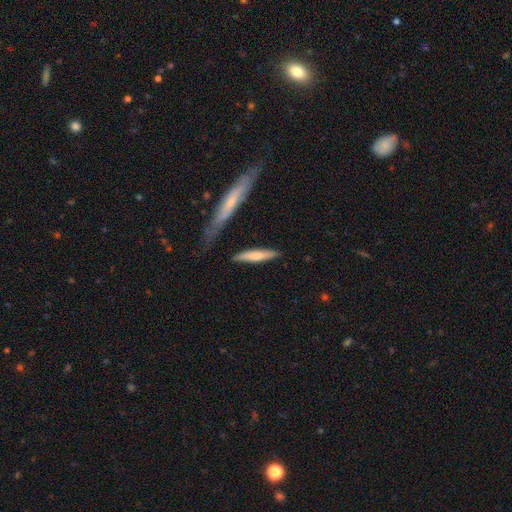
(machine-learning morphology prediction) Smooth or featured?
  - smooth: 67% *
  - featured or disk: 28%
  - star or artifact: 5%
How rounded?
  - cigar-shaped: 87% *
  - in between: 12%
  - round: 2%
Merging?
  - none: 80% *
  - minor disturbance: 13%
  - merger: 4%
  - major disturbance: 3%